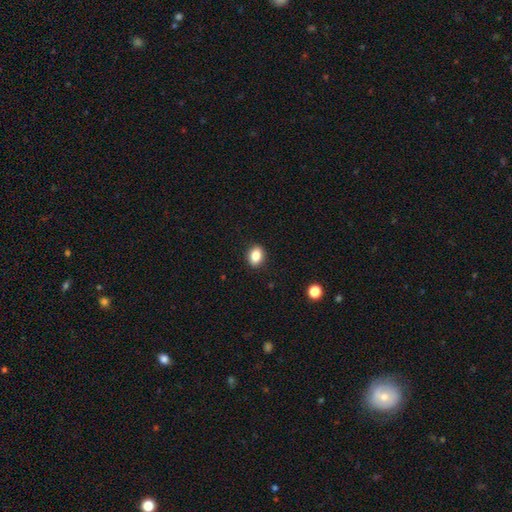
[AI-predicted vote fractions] The model was most divided on "how rounded": in between: 69%, round: 30%, cigar-shaped: 1%. More confident: merging — none (90%); smooth or featured — smooth (85%).